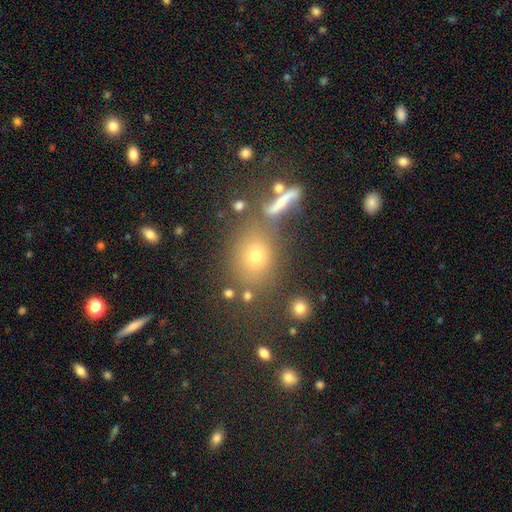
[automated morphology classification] The model was most divided on "how rounded": in between: 49%, round: 47%, cigar-shaped: 4%. More confident: merging — none (67%); smooth or featured — smooth (66%).